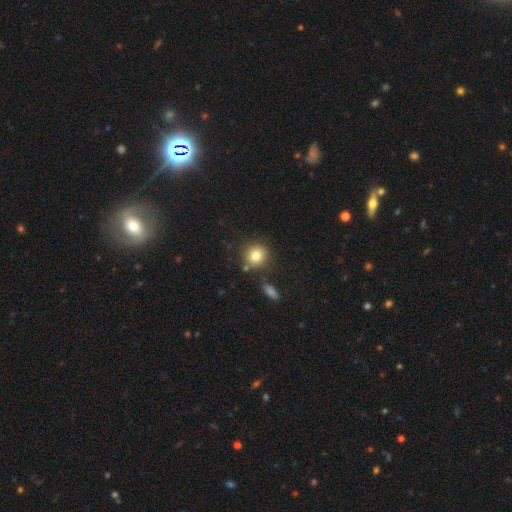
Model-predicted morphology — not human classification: A smooth galaxy with no disk features (83%) that is round (85%). Merging: none (78%).